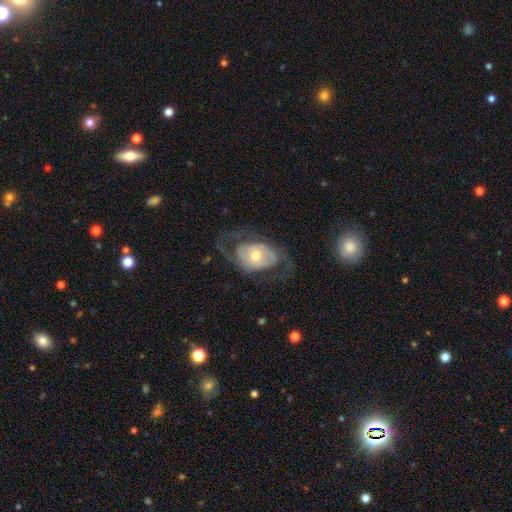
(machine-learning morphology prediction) Smooth or featured: featured or disk — 71% (smooth — 23%)
Edge-on disk: no — 94% (yes — 6%)
Bar: no — 67% (weak — 24%)
Spiral arms: yes — 70% (no — 30%)
Bulge size: moderate — 65% (small — 24%)
Merging: none — 57% (major disturbance — 25%)